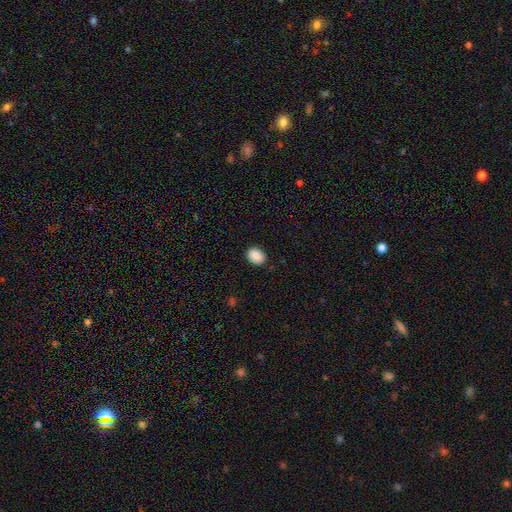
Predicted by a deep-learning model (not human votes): A smooth galaxy with no disk features (88%) that is in between round and cigar-shaped (63%). Merging: none (88%).